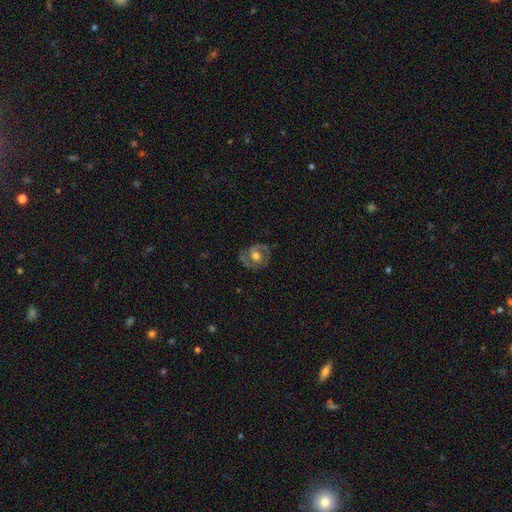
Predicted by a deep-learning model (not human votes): featured or disk 68%, smooth 26%, star or artifact 7%. Down the decision tree: edge-on disk — no (96%); bar — no (57%); spiral arms — yes (71%); bulge size — moderate (64%); merging — none (74%).